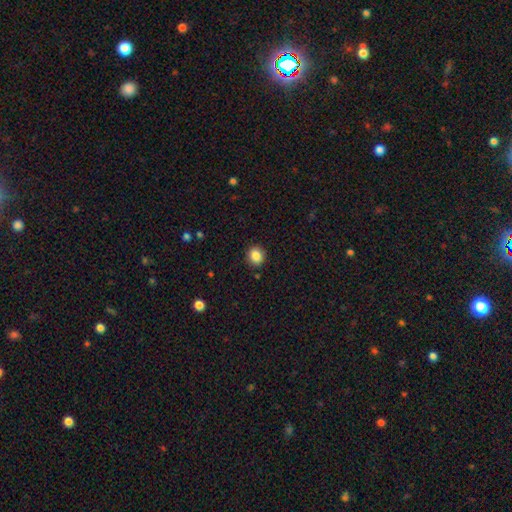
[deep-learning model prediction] smooth_or_featured: smooth (p=0.86) [alt: star or artifact p=0.10]
how_rounded: round (p=0.79) [alt: in between p=0.20]
merging: none (p=0.90) [alt: minor disturbance p=0.07]